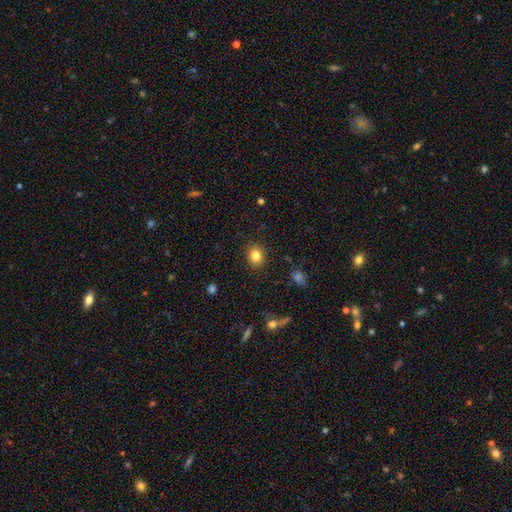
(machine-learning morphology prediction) Overall: smooth (83%). How rounded: round (65%; in between 34%). Merging: none (89%).